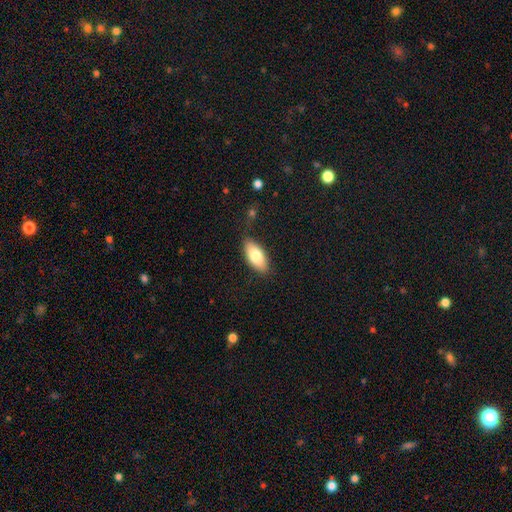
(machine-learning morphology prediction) This appears to be a smooth galaxy with no disk features (78%) that is in between round and cigar-shaped (88%). Merging: none (82%).